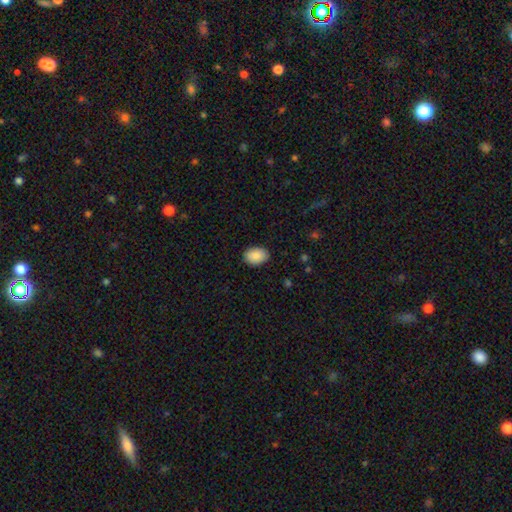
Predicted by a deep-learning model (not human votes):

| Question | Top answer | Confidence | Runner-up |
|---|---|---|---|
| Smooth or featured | smooth | 89% | star or artifact (7%) |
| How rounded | in between | 81% | round (18%) |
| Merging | none | 88% | minor disturbance (9%) |